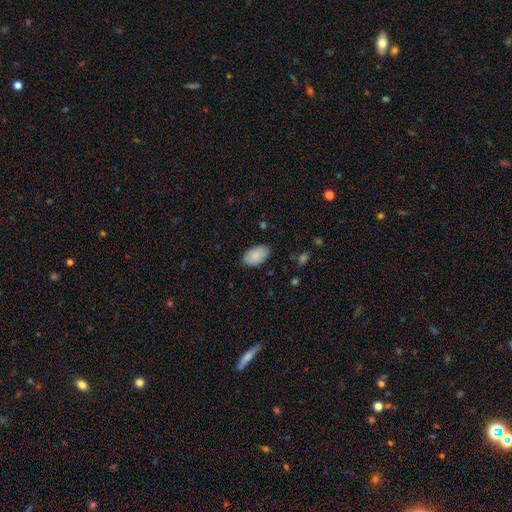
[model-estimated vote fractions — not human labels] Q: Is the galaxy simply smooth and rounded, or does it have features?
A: smooth — 88%.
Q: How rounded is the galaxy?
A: in between — 94%.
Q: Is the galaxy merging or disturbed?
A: none — 85%.